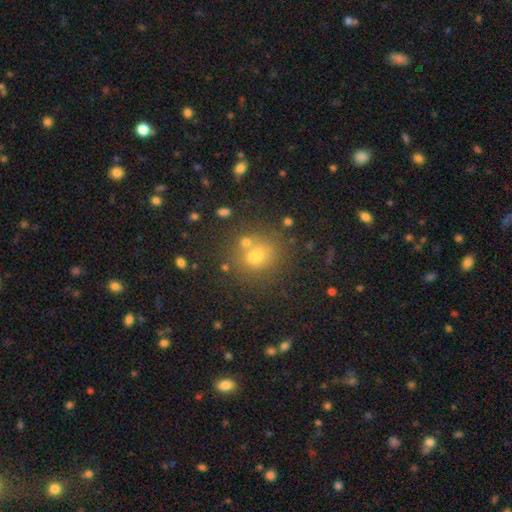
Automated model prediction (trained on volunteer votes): Smooth or featured: smooth — 64% (star or artifact — 20%)
How rounded: round — 67% (in between — 32%)
Merging: none — 58% (merger — 23%)